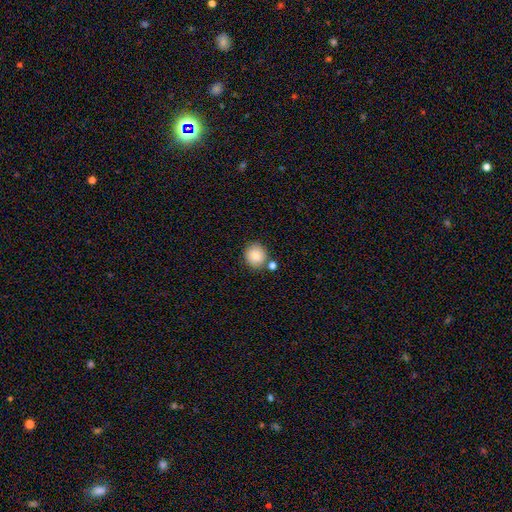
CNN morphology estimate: smooth_or_featured: smooth (p=0.84) [alt: star or artifact p=0.09]
how_rounded: round (p=0.88) [alt: in between p=0.11]
merging: none (p=0.78) [alt: merger p=0.11]